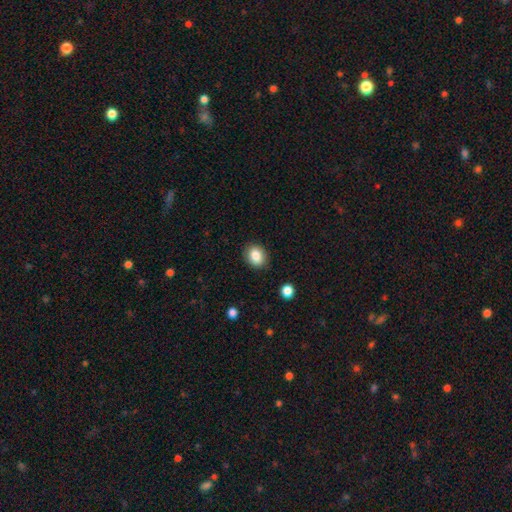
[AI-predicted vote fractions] Q: Smooth or featured?
A: smooth (85%); runner-up: star or artifact (9%)
Q: How rounded?
A: round (50%); runner-up: in between (49%)
Q: Merging?
A: none (87%); runner-up: minor disturbance (9%)